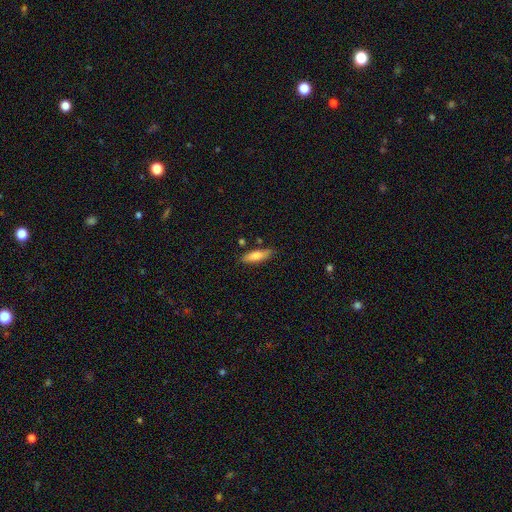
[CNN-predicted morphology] Overall: smooth (75%). How rounded: cigar-shaped (54%; in between 44%). Merging: none (80%).